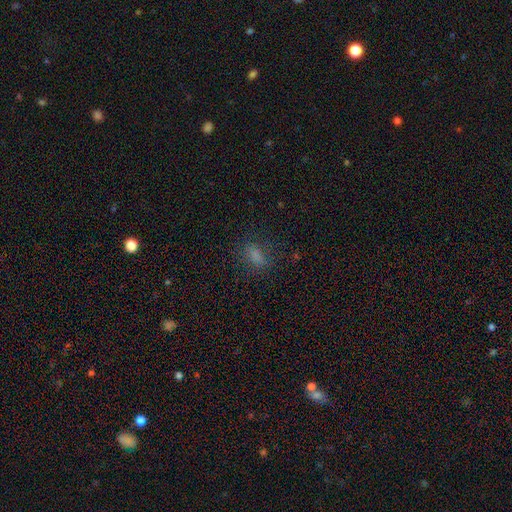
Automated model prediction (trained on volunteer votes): A smooth galaxy with no disk features (74%) that is in between round and cigar-shaped (77%). Merging: none (75%).